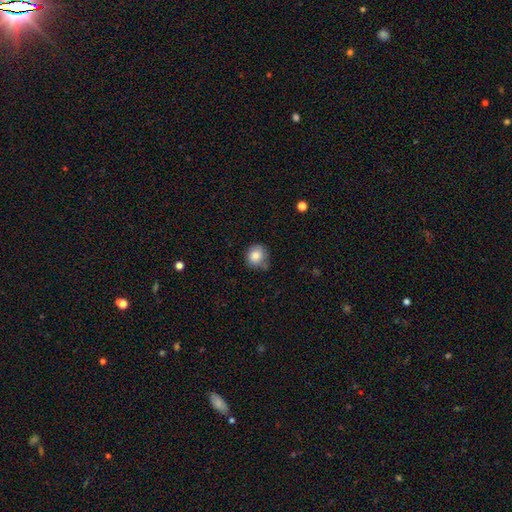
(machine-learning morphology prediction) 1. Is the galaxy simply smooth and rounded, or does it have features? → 83% smooth, 9% star or artifact, 8% featured or disk.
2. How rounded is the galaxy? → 83% round, 16% in between, 1% cigar-shaped.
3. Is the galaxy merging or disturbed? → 64% none, 26% minor disturbance, 5% major disturbance, 4% merger.